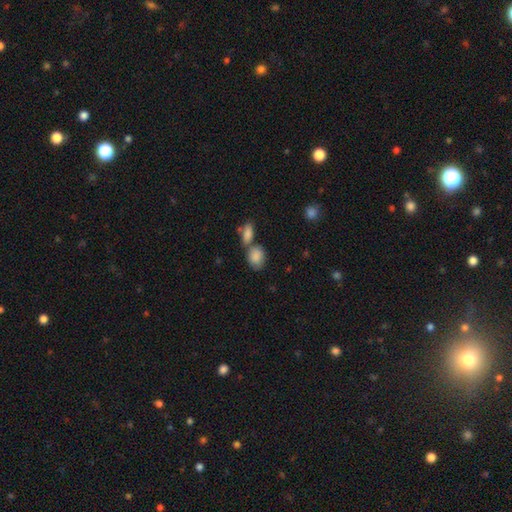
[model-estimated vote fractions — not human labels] Smooth or featured: smooth — 86% (star or artifact — 7%)
How rounded: in between — 72% (round — 26%)
Merging: none — 43% (merger — 40%)